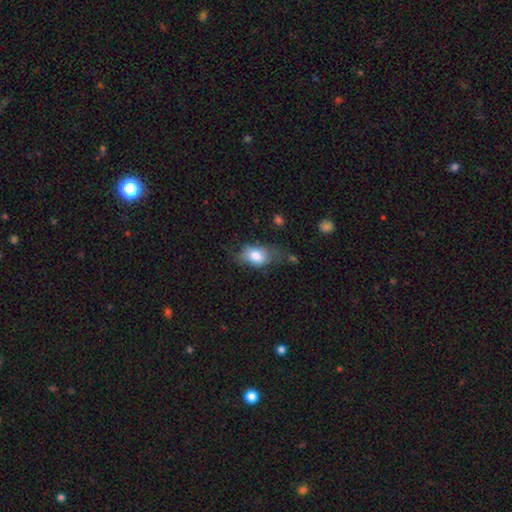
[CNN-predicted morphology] Smooth or featured?
  - smooth: 75% *
  - featured or disk: 17%
  - star or artifact: 8%
How rounded?
  - in between: 81% *
  - round: 16%
  - cigar-shaped: 3%
Merging?
  - none: 46% *
  - minor disturbance: 31%
  - major disturbance: 19%
  - merger: 4%